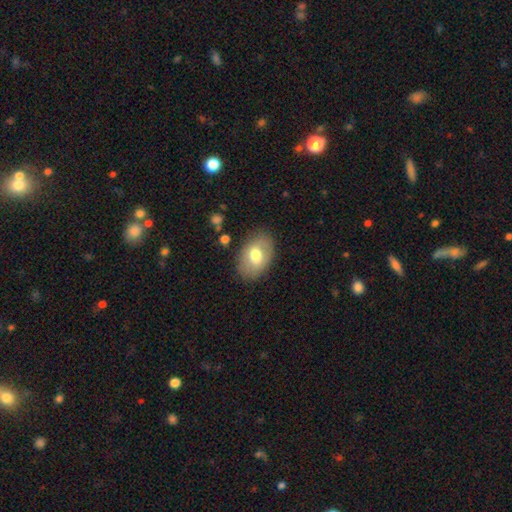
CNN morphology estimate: type=smooth (69%); roundness=in between (86%); merging=none (81%).